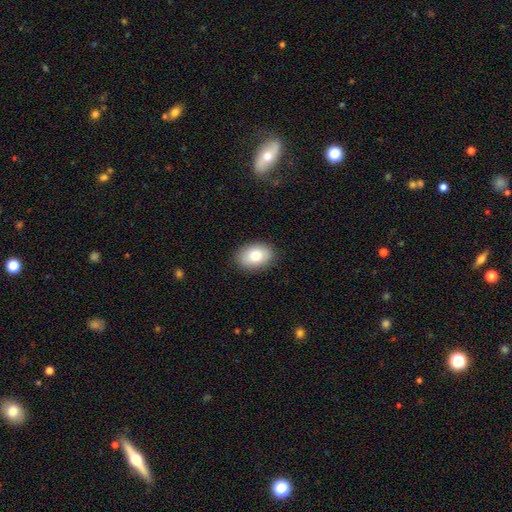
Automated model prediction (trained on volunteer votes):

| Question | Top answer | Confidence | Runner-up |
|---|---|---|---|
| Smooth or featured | smooth | 79% | featured or disk (14%) |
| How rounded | in between | 83% | round (16%) |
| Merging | none | 88% | minor disturbance (9%) |